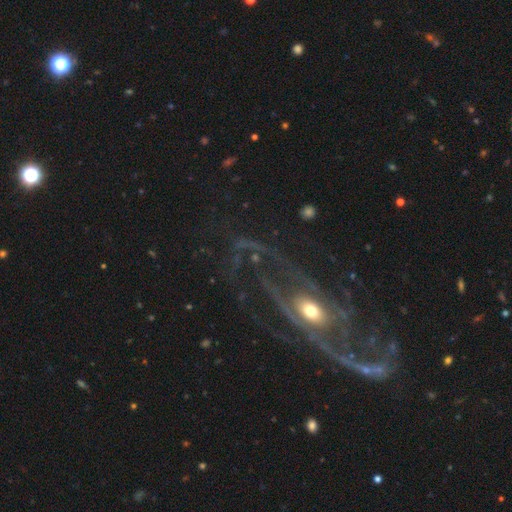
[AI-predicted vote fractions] featured or disk 86%, star or artifact 9%, smooth 5%. Down the decision tree: edge-on disk — no (93%); bar — no (50%); spiral arms — yes (93%); spiral arm count — 2 (51%); spiral winding — loose (47%); bulge size — moderate (55%); merging — none (55%).